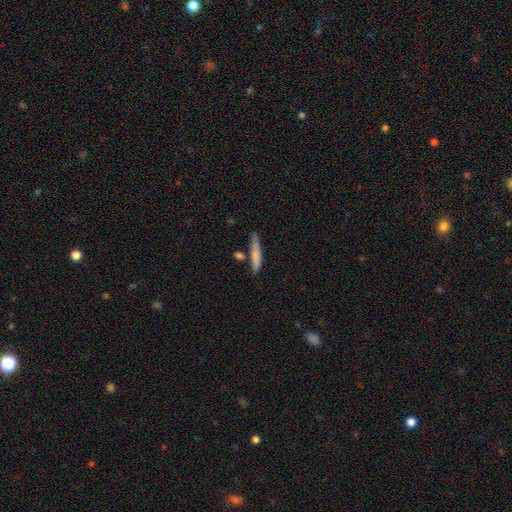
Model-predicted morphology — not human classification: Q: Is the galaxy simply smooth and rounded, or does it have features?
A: smooth — 73%.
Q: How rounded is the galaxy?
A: cigar-shaped — 90%.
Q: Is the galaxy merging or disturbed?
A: none — 68%.